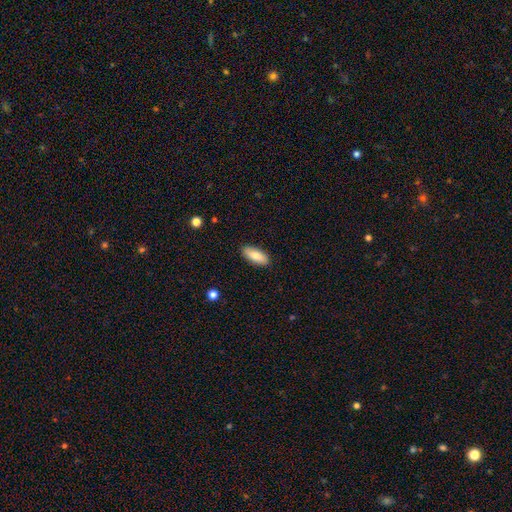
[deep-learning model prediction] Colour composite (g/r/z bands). It shows a smooth galaxy with no disk features (80%) that is in between round and cigar-shaped (81%). Merging: none (89%).